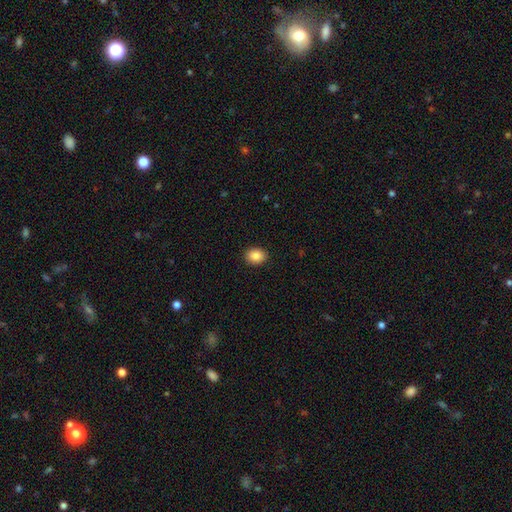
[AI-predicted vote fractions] smooth_or_featured: smooth (p=0.88) [alt: star or artifact p=0.08]
how_rounded: in between (p=0.58) [alt: round p=0.41]
merging: none (p=0.90) [alt: minor disturbance p=0.07]